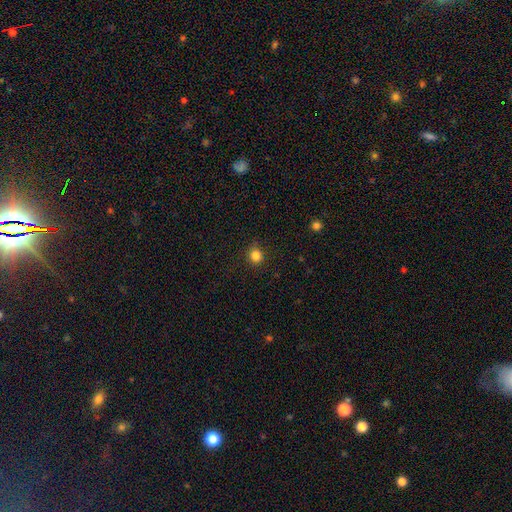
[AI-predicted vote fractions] The model was most divided on "smooth or featured": smooth: 83%, star or artifact: 13%, featured or disk: 4%. More confident: how rounded — round (89%); merging — none (86%).